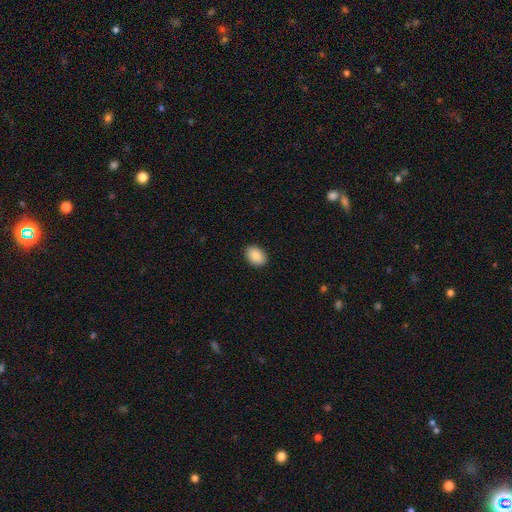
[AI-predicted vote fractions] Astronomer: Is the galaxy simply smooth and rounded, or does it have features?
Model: smooth — 88%.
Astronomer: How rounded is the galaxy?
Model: in between — 81%.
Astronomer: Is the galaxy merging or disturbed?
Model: none — 89%.